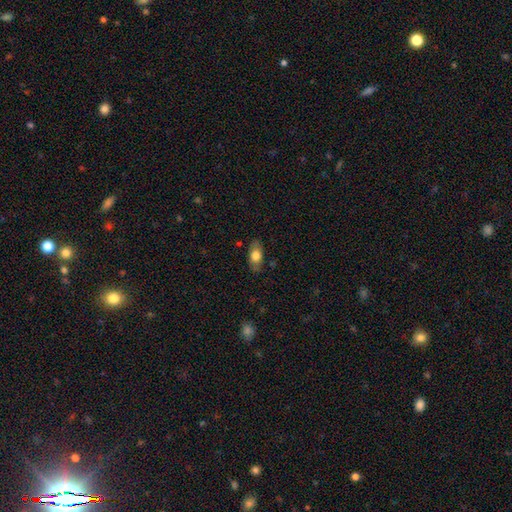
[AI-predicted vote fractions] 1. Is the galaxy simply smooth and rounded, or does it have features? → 72% smooth, 21% featured or disk, 7% star or artifact.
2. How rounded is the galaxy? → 85% in between, 10% cigar-shaped, 6% round.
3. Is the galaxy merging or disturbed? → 82% none, 14% minor disturbance, 3% major disturbance, 1% merger.